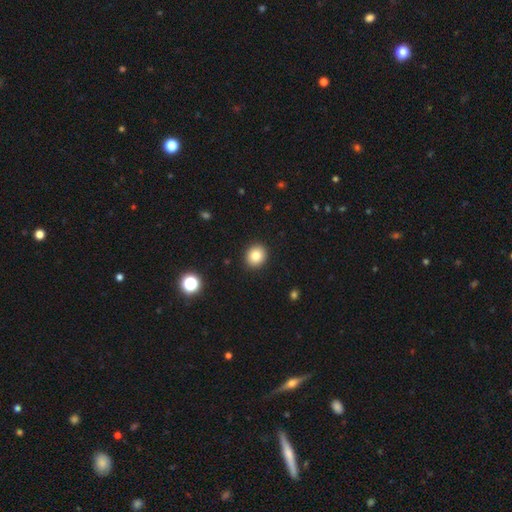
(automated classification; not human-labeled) Overall: smooth (83%). How rounded: round (77%). Merging: none (92%).